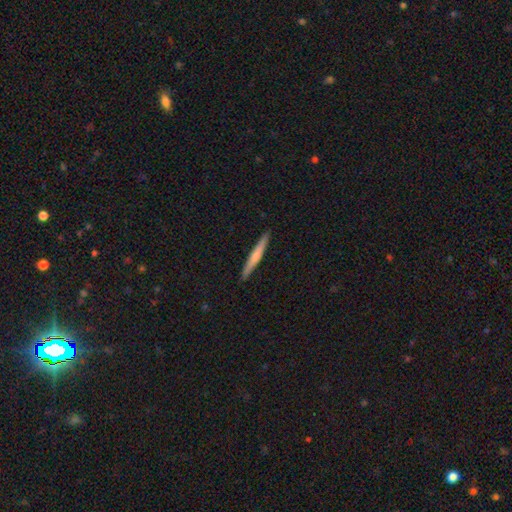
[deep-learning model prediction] The model was most divided on "smooth or featured": smooth: 52%, featured or disk: 42%, star or artifact: 5%. More confident: how rounded — cigar-shaped (96%); merging — none (91%).